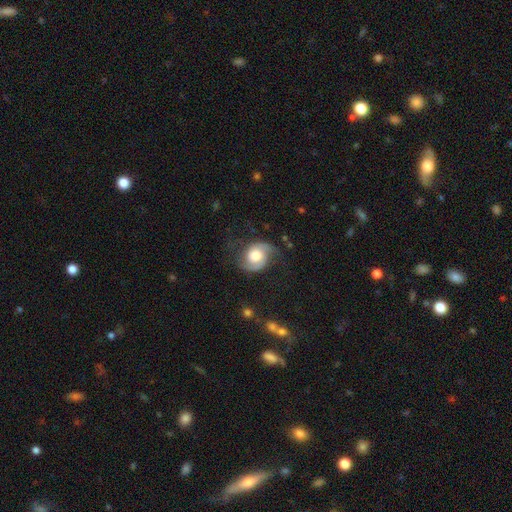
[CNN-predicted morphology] Smooth or featured? Predicted: featured or disk (p=0.73). Edge-on disk? Predicted: no (p=0.98). Bar? Predicted: no (p=0.68). Spiral arms? Predicted: yes (p=0.93). Spiral winding? Predicted: medium (p=0.46). Spiral arm count? Predicted: 2 (p=0.88). Bulge size? Predicted: moderate (p=0.50). Merging? Predicted: none (p=0.62).